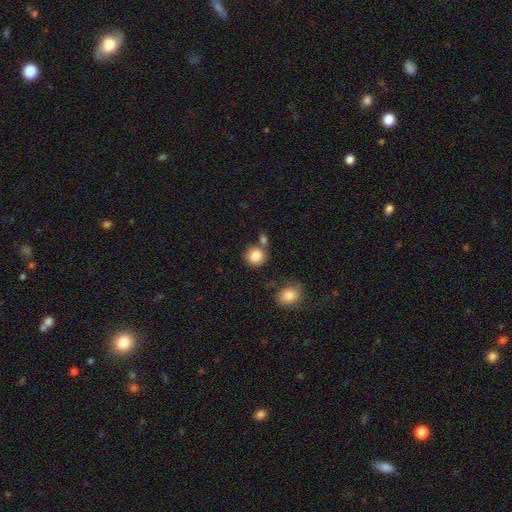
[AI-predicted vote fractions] Morphology: type=smooth (85%); roundness=round (87%); merging=none (66%).